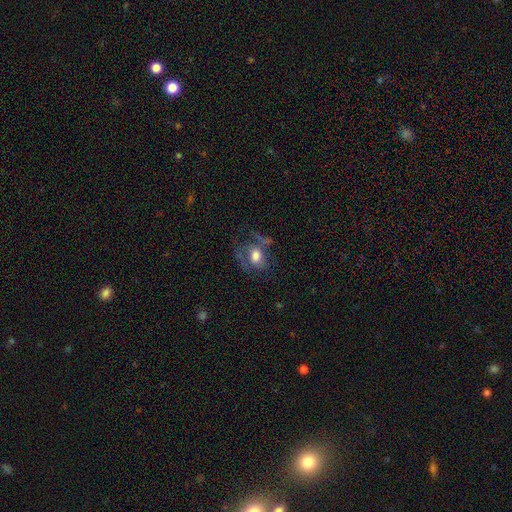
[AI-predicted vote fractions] A smooth galaxy with no disk features (53%) that is in between round and cigar-shaped (60%).

Vote fractions:
- Smooth or featured? smooth: 53% / featured or disk: 37% / star or artifact: 9%
- How rounded? in between: 60% / round: 38% / cigar-shaped: 2%
- Merging? none: 39% / major disturbance: 31% / minor disturbance: 24% / merger: 7%